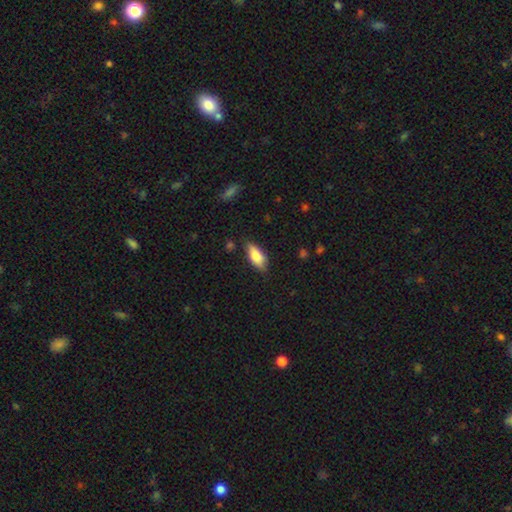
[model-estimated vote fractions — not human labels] Smooth or featured? Predicted: smooth (p=0.78). How rounded? Predicted: in between (p=0.80). Merging? Predicted: none (p=0.76).